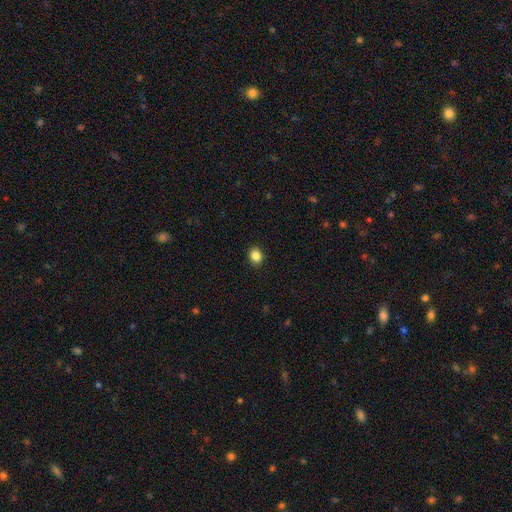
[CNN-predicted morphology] Smooth or featured: smooth — 86% (star or artifact — 10%)
How rounded: round — 64% (in between — 35%)
Merging: none — 91% (minor disturbance — 6%)